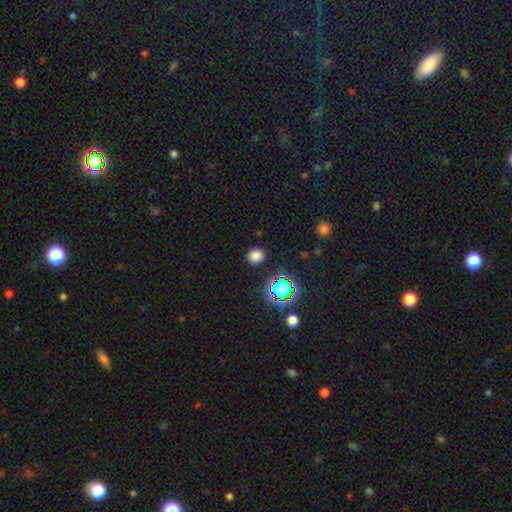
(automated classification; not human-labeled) smooth_or_featured: smooth (p=0.76) [alt: star or artifact p=0.19]
how_rounded: round (p=0.78) [alt: in between p=0.21]
merging: none (p=0.88) [alt: minor disturbance p=0.08]